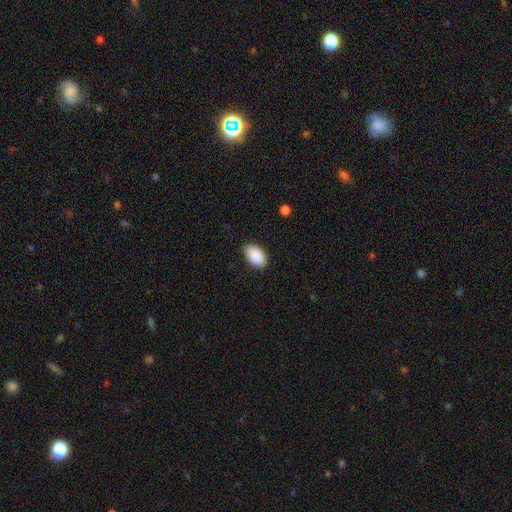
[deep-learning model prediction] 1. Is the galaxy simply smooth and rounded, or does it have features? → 91% smooth, 6% star or artifact, 3% featured or disk.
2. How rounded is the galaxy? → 93% in between, 6% round, 1% cigar-shaped.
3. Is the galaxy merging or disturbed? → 84% none, 12% minor disturbance, 2% major disturbance, 1% merger.